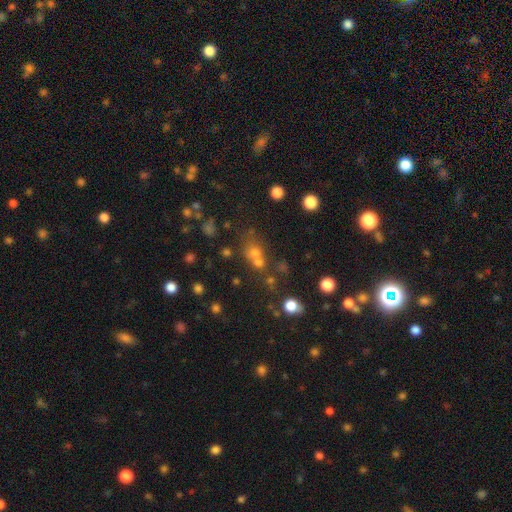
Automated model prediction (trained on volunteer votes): Morphology: type=smooth (60%); roundness=round (80%); merging=none (44%, tied with merger).